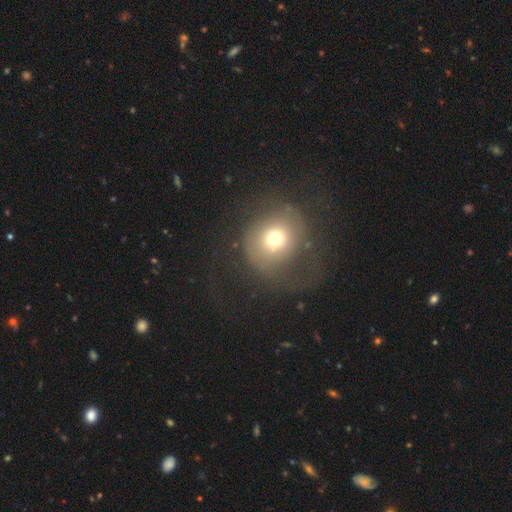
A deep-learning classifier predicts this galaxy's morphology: Smooth or featured? Predicted: smooth (p=0.56). How rounded? Predicted: round (p=0.85). Merging? Predicted: none (p=0.53).